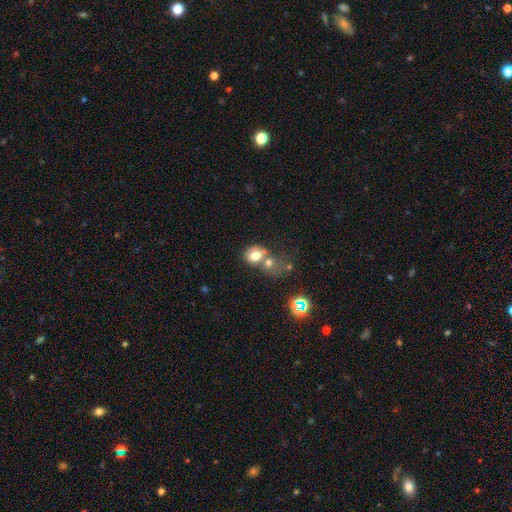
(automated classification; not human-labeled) Morphology: type=smooth (72%); roundness=in between (52%); merging=merger (52%).